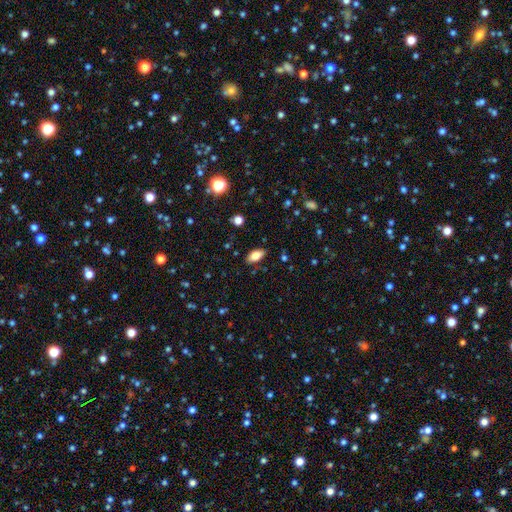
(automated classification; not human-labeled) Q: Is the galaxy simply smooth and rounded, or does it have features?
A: smooth — 81%.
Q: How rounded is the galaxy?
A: in between — 91%.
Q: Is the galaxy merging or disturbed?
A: none — 85%.